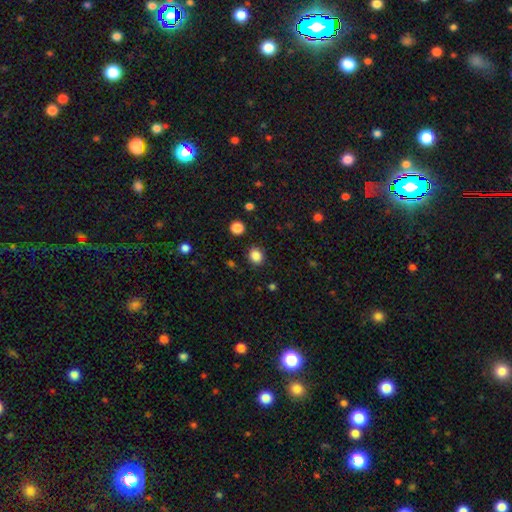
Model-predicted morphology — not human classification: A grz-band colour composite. It shows a smooth galaxy with no disk features (85%) that is round (77%). Merging: none (89%).